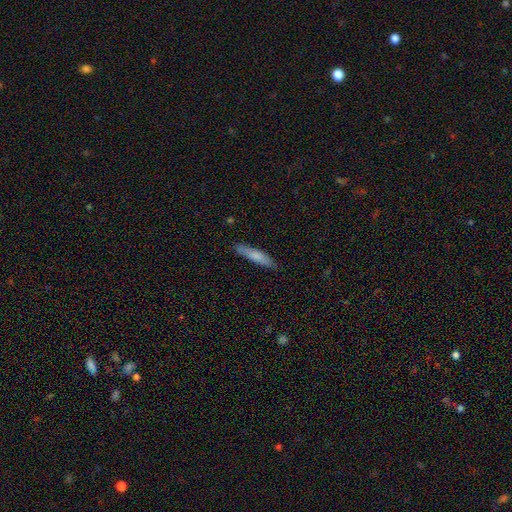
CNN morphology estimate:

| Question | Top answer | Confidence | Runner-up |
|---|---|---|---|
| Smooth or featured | smooth | 74% | featured or disk (20%) |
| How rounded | cigar-shaped | 86% | in between (13%) |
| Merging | none | 85% | minor disturbance (11%) |